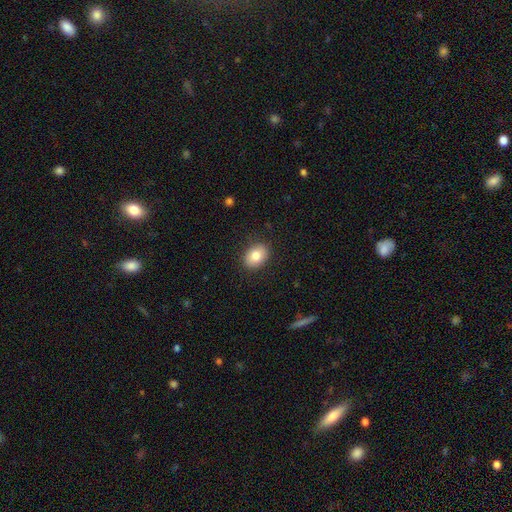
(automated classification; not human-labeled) This appears to be a smooth galaxy with no disk features (82%) that is in between round and cigar-shaped (69%). Merging: none (87%).